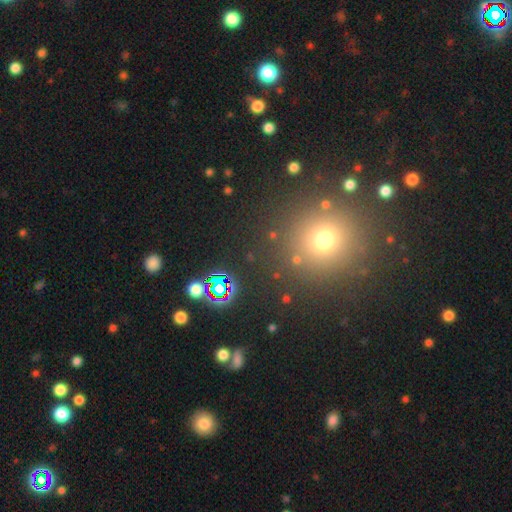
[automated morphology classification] Overall: smooth (46%; star or artifact 45%). Merging: none (87%).